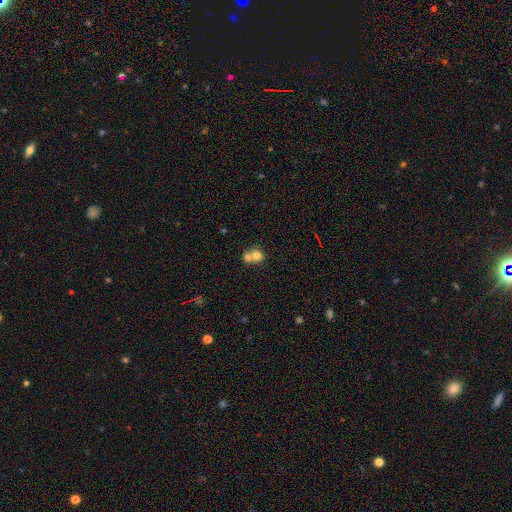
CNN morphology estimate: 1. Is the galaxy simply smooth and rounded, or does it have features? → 72% smooth, 18% featured or disk, 10% star or artifact.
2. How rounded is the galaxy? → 74% round, 25% in between, 1% cigar-shaped.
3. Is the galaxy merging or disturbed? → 66% merger, 26% none, 5% minor disturbance, 3% major disturbance.